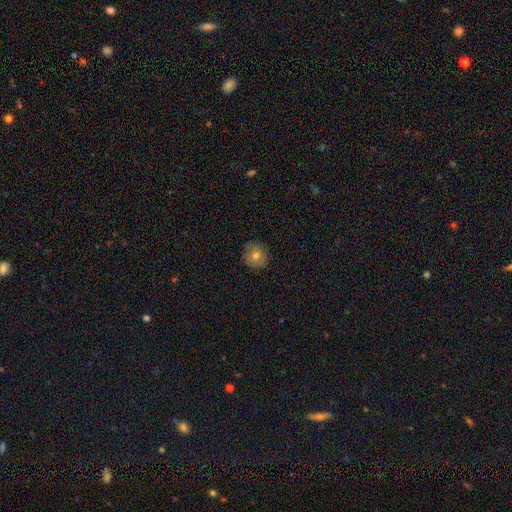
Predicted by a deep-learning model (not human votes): Q: Smooth or featured?
A: smooth (64%); runner-up: featured or disk (23%)
Q: How rounded?
A: round (90%); runner-up: in between (9%)
Q: Merging?
A: none (84%); runner-up: minor disturbance (13%)